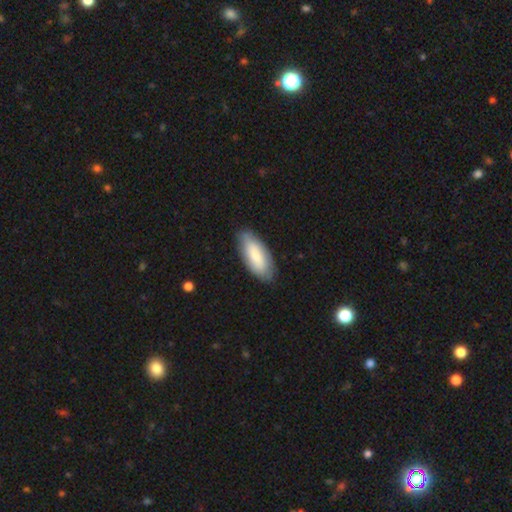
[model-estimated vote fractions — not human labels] The model was most divided on "smooth or featured": smooth: 75%, featured or disk: 20%, star or artifact: 5%. More confident: how rounded — in between (84%); merging — none (81%).